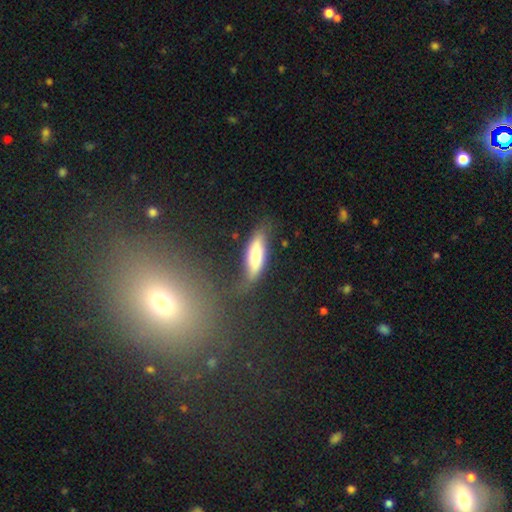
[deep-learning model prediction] This is possibly a smooth galaxy (56%). How rounded: possibly in between (49%). Merging: likely none (62%).